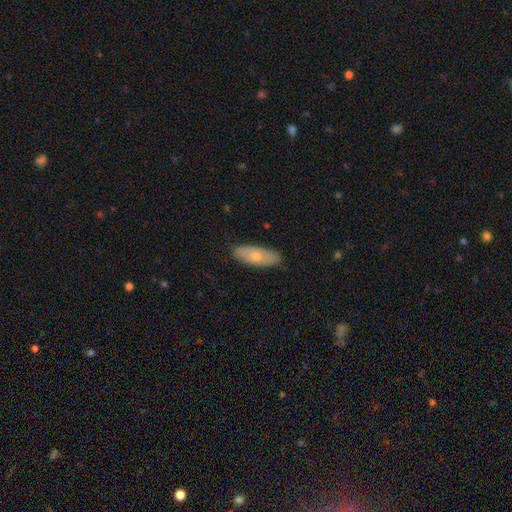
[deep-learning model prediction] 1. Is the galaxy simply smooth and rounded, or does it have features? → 65% smooth, 29% featured or disk, 6% star or artifact.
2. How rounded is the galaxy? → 75% in between, 22% cigar-shaped, 3% round.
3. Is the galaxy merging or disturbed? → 86% none, 11% minor disturbance, 2% major disturbance, 1% merger.